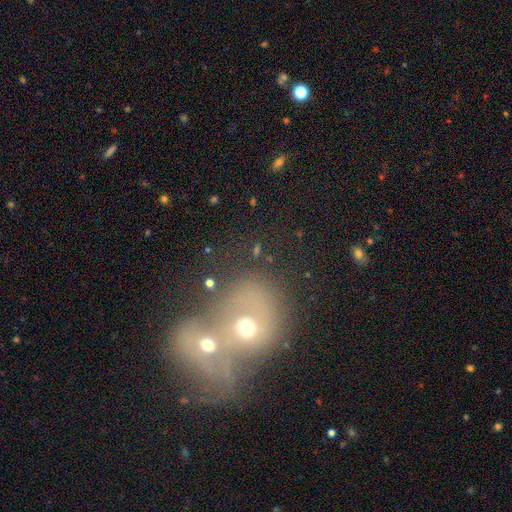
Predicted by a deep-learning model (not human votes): Smooth or featured: smooth — 45% (featured or disk — 34%)
Merging: merger — 81% (none — 10%)